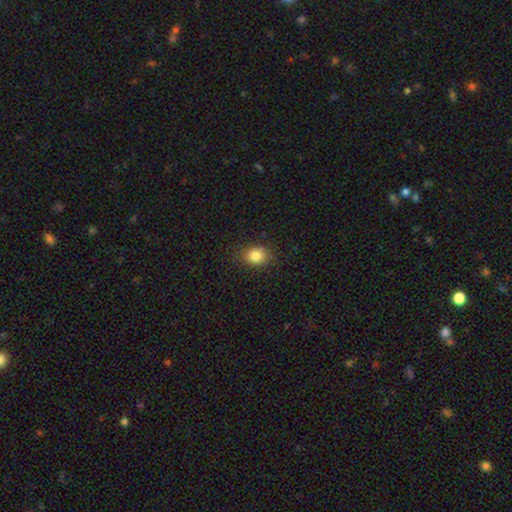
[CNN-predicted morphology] smooth-or-featured: smooth: 84% | star or artifact: 10% | featured or disk: 5%
  how-rounded: in between: 53% | round: 46% | cigar-shaped: 1%
  merging: none: 83% | minor disturbance: 13% | major disturbance: 3% | merger: 1%